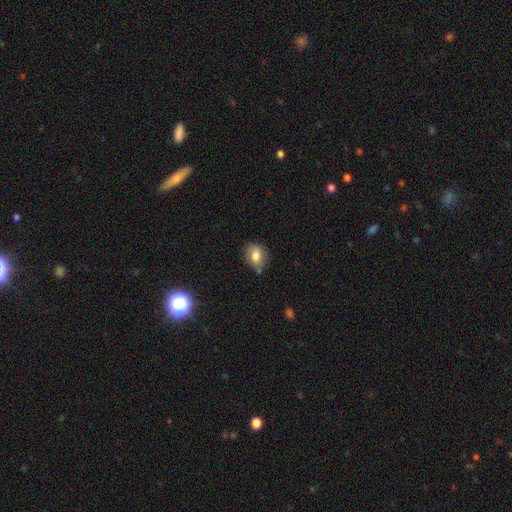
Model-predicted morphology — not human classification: A smooth galaxy with no disk features (76%) that is in between round and cigar-shaped (62%).

Vote fractions:
- Smooth or featured? smooth: 76% / featured or disk: 15% / star or artifact: 9%
- How rounded? in between: 62% / round: 37% / cigar-shaped: 1%
- Merging? none: 63% / minor disturbance: 27% / major disturbance: 5% / merger: 4%